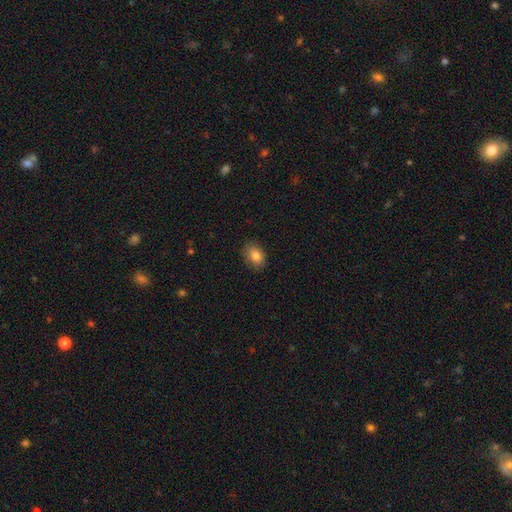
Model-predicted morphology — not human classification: This is clearly a smooth galaxy (83%). How rounded: likely in between (75%). Merging: clearly none (85%).